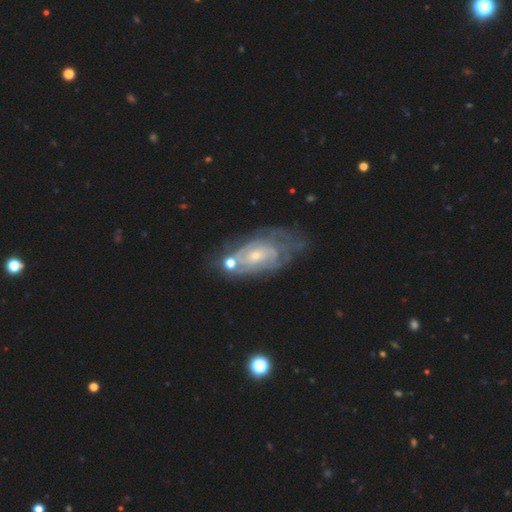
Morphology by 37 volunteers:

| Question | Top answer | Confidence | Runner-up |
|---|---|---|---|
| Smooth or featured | featured or disk | 73% | smooth (22%) |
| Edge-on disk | no | 93% | yes (7%) |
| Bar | no | 60% | weak (40%) |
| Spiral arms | yes | 96% | no (4%) |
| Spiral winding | tight | 58% | medium (42%) |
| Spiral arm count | can't tell | 54% | 2 (33%) |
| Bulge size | small | 80% | moderate (16%) |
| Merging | none | 49% | minor disturbance (31%) |